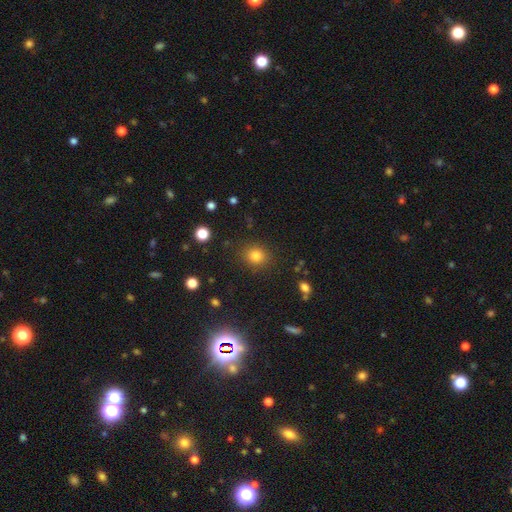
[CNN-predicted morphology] This is likely a smooth galaxy (80%). How rounded: likely round (77%). Merging: clearly none (87%).